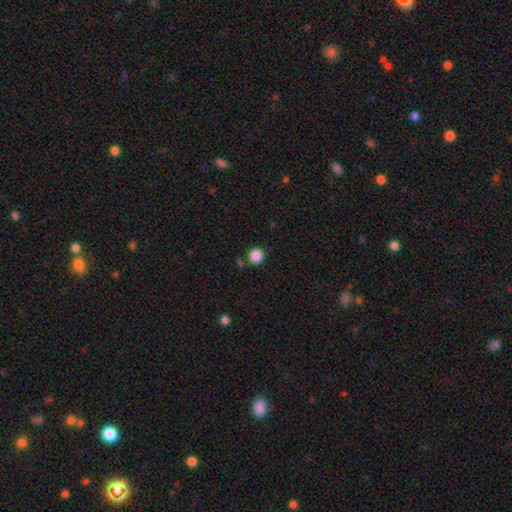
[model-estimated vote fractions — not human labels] Smooth or featured?
  - smooth: 87% *
  - star or artifact: 10%
  - featured or disk: 3%
How rounded?
  - round: 93% *
  - in between: 6%
  - cigar-shaped: 1%
Merging?
  - none: 86% *
  - minor disturbance: 7%
  - merger: 5%
  - major disturbance: 2%